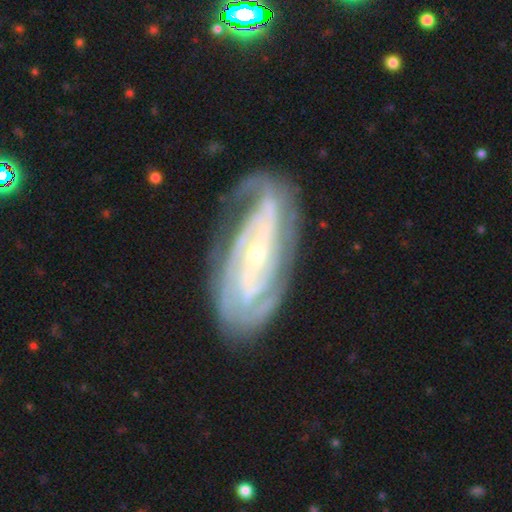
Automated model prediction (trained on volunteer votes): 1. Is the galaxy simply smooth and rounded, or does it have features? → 89% featured or disk, 6% smooth, 5% star or artifact.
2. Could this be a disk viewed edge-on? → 93% no, 7% yes.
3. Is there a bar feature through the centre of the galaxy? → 43% no, 31% weak, 27% strong.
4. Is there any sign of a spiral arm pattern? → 97% yes, 3% no.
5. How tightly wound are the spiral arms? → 67% tight, 27% medium, 6% loose.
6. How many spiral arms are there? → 34% 2, 24% can't tell, 20% 3, 11% 4, 6% more than 4, 5% 1.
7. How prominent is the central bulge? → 70% small, 26% moderate, 2% large, 1% none, 1% dominant.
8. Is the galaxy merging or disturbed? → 72% none, 19% minor disturbance, 8% major disturbance, 2% merger.